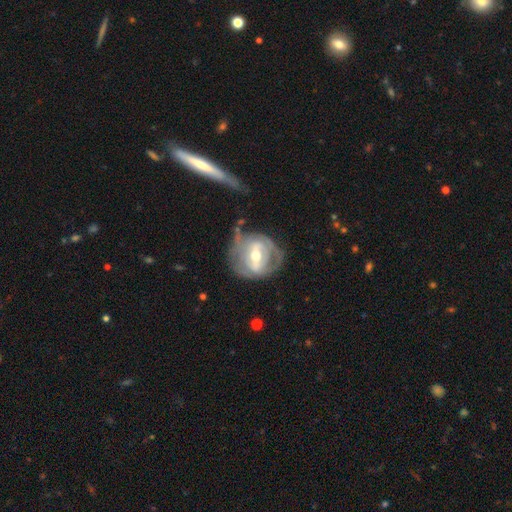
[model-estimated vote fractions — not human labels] A featured or disk galaxy (77%) with a strong bar (48%), spiral arms (67%) and a moderate central bulge (68%).

Vote fractions:
- Smooth or featured? featured or disk: 77% / smooth: 17% / star or artifact: 5%
- Edge-on disk? no: 95% / yes: 5%
- Bar? strong: 48% / weak: 37% / no: 15%
- Spiral arms? yes: 67% / no: 33%
- Bulge size? moderate: 68% / small: 25% / large: 6% / none: 1% / dominant: 1%
- Merging? none: 55% / minor disturbance: 24% / major disturbance: 17% / merger: 4%